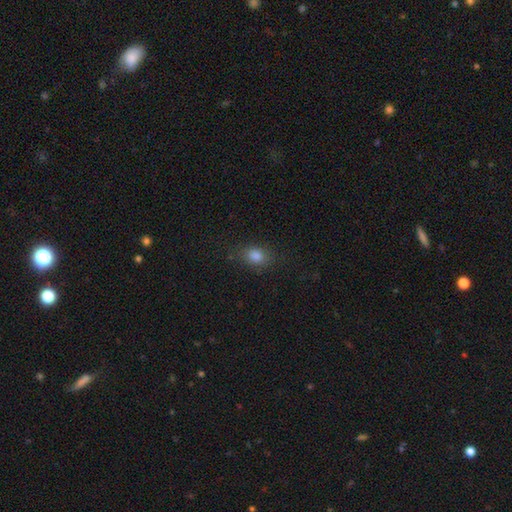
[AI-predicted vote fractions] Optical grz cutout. It shows a smooth galaxy with no disk features (81%) that is in between round and cigar-shaped (61%). Merging: none (82%).